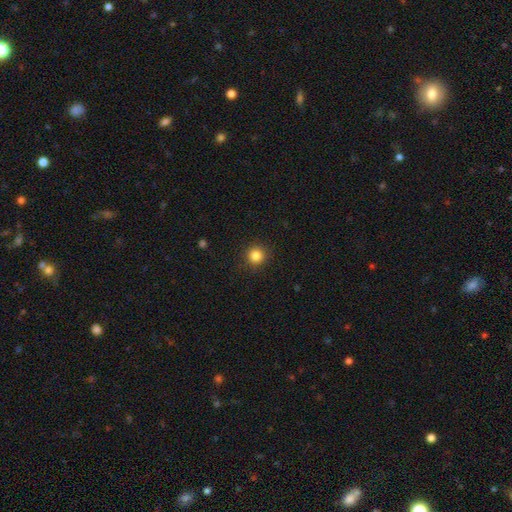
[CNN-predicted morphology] A smooth galaxy with no disk features (84%) that is round (94%). Merging: none (91%).